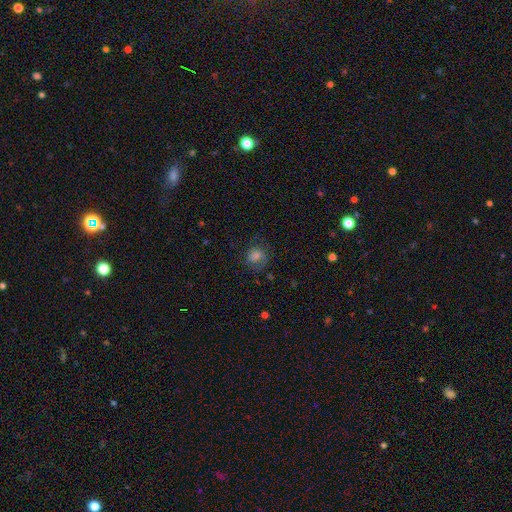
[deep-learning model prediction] A smooth galaxy with no disk features (55%) that is round (67%).

Vote fractions:
- Smooth or featured? smooth: 55% / featured or disk: 28% / star or artifact: 17%
- How rounded? round: 67% / in between: 32% / cigar-shaped: 1%
- Merging? none: 65% / minor disturbance: 20% / major disturbance: 14% / merger: 2%